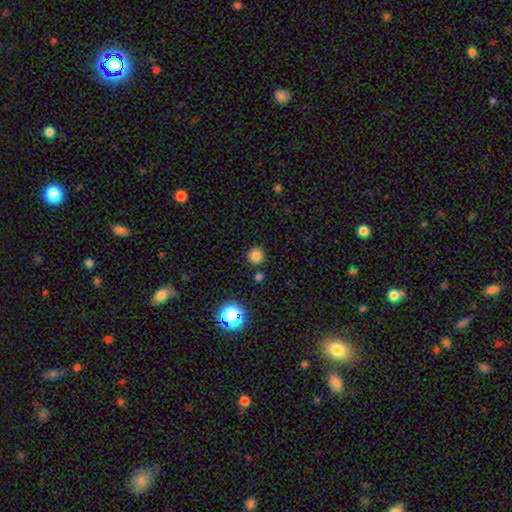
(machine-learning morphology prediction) Q: Smooth or featured?
A: smooth (80%); runner-up: star or artifact (16%)
Q: How rounded?
A: round (94%); runner-up: in between (5%)
Q: Merging?
A: none (85%); runner-up: minor disturbance (7%)